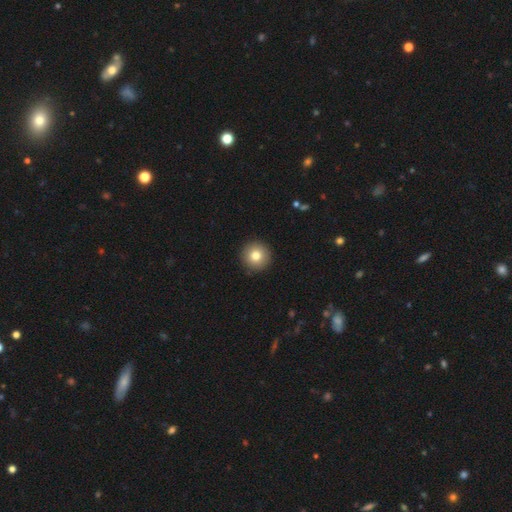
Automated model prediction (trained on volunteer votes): This appears to be a smooth galaxy with no disk features (80%) that is round (96%). Merging: none (92%).